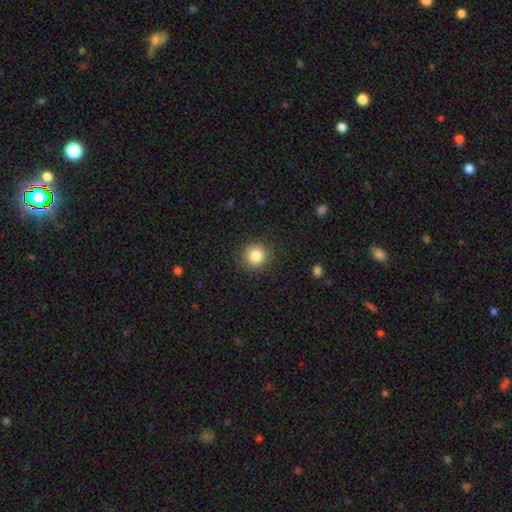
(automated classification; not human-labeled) Smooth or featured? smooth (85%)
How rounded? round (93%)
Merging? none (90%)